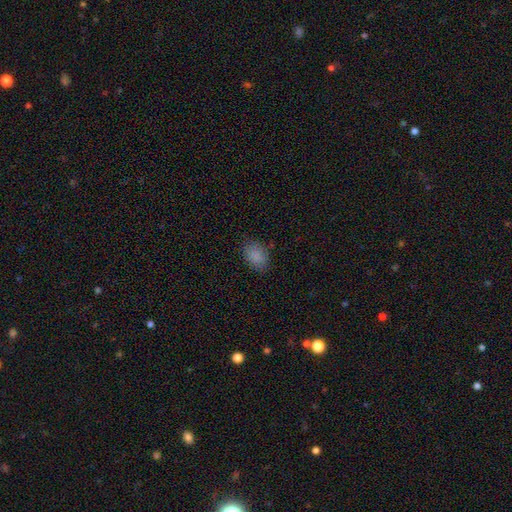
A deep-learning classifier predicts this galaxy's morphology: Overall: smooth (85%). How rounded: in between (72%). Merging: none (82%).